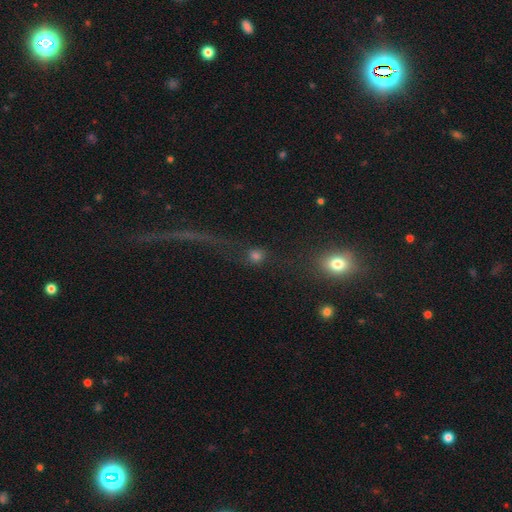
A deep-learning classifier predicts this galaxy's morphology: smooth_or_featured: smooth (p=0.67) [alt: star or artifact p=0.22]
how_rounded: round (p=0.87) [alt: in between p=0.10]
merging: none (p=0.66) [alt: major disturbance p=0.14]